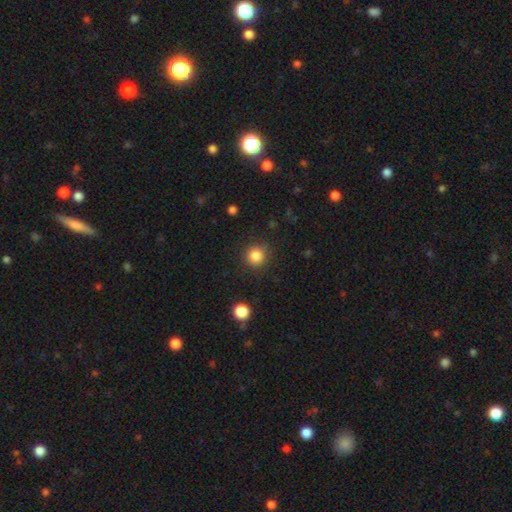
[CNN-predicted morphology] Q: Smooth or featured?
A: smooth (84%); runner-up: star or artifact (12%)
Q: How rounded?
A: round (93%); runner-up: in between (6%)
Q: Merging?
A: none (87%); runner-up: minor disturbance (8%)